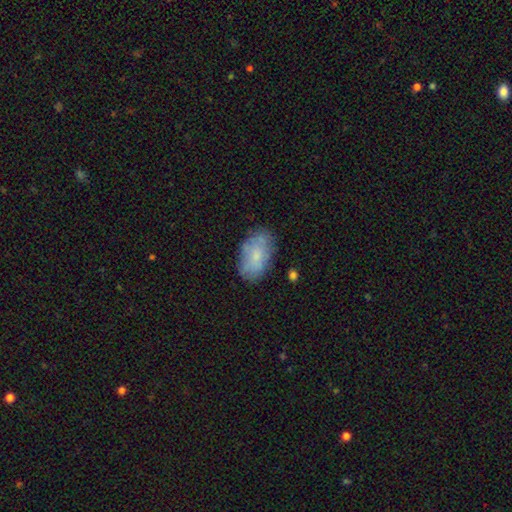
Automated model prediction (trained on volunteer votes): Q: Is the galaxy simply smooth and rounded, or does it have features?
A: smooth — 72%.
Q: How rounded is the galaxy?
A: in between — 94%.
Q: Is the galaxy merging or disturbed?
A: none — 75%.